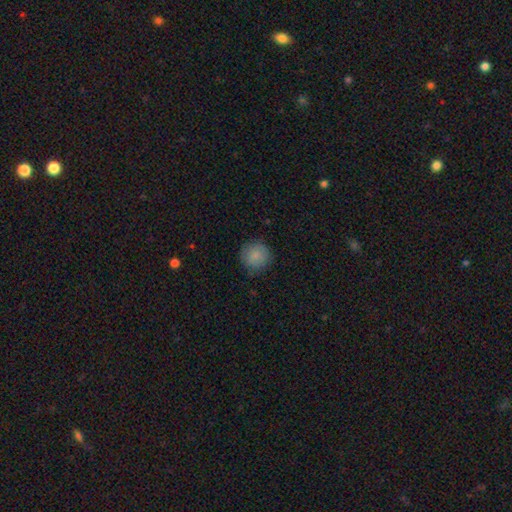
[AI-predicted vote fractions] A smooth galaxy with no disk features (85%) that is round (93%).

Vote fractions:
- Smooth or featured? smooth: 85% / star or artifact: 8% / featured or disk: 7%
- How rounded? round: 93% / in between: 6% / cigar-shaped: 1%
- Merging? none: 84% / minor disturbance: 12% / major disturbance: 3% / merger: 1%